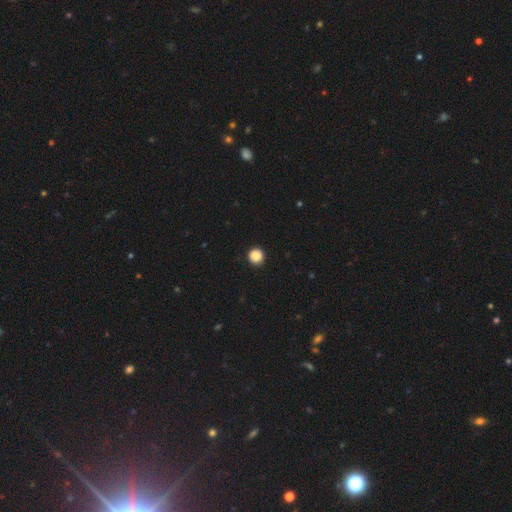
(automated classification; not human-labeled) Smooth or featured?
  - smooth: 88% *
  - star or artifact: 10%
  - featured or disk: 3%
How rounded?
  - round: 96% *
  - in between: 3%
  - cigar-shaped: 1%
Merging?
  - none: 93% *
  - minor disturbance: 4%
  - major disturbance: 1%
  - merger: 1%